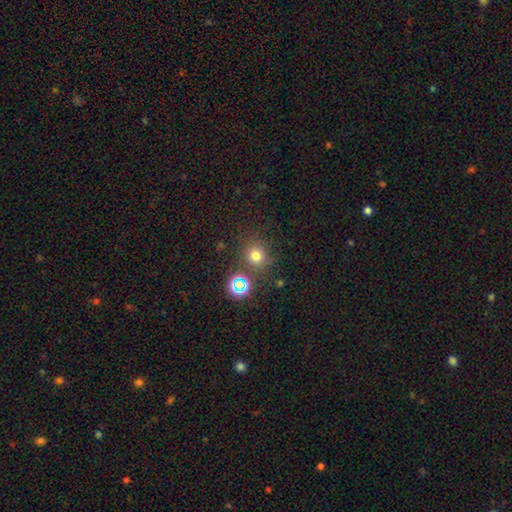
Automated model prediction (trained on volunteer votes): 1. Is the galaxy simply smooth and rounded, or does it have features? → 69% smooth, 24% star or artifact, 7% featured or disk.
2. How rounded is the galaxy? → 87% round, 12% in between, 1% cigar-shaped.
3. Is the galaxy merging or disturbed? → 80% none, 9% minor disturbance, 7% merger, 4% major disturbance.